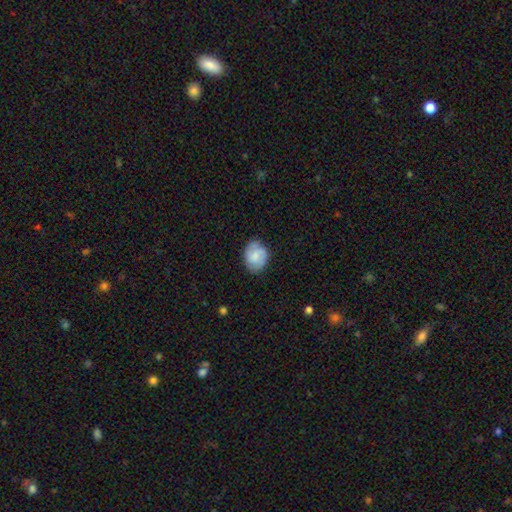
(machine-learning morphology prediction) smooth 61%, featured or disk 32%, star or artifact 7%. Down the decision tree: how rounded — in between (50%); merging — none (75%).